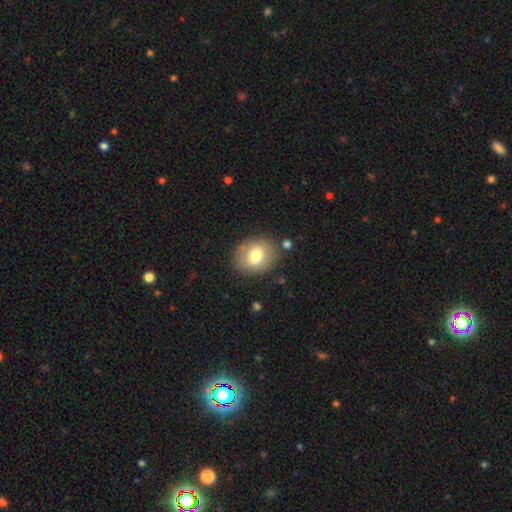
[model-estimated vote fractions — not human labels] This is likely a smooth galaxy (75%). How rounded: possibly in between (50%). Merging: clearly none (81%).